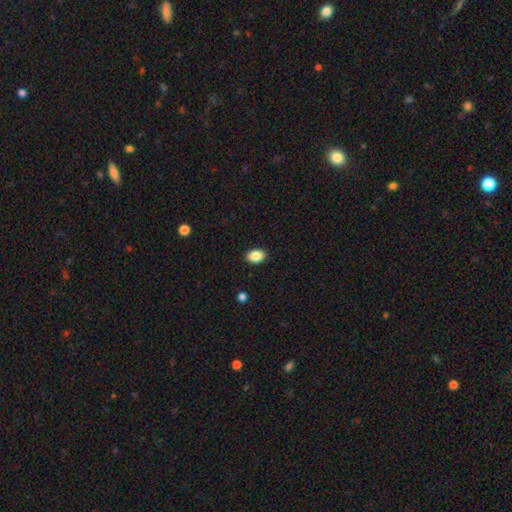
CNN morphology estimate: A smooth galaxy with no disk features (86%) that is in between round and cigar-shaped (77%). Merging: none (90%).